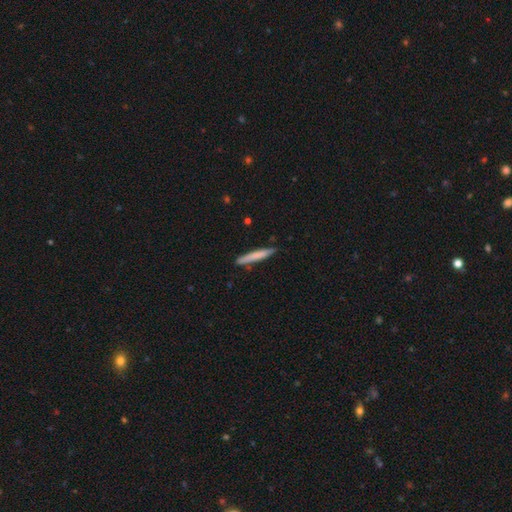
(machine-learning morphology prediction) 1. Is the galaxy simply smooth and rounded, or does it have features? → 73% smooth, 22% featured or disk, 5% star or artifact.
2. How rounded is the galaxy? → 95% cigar-shaped, 3% in between, 1% round.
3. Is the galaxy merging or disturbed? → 85% none, 12% minor disturbance, 2% merger, 2% major disturbance.